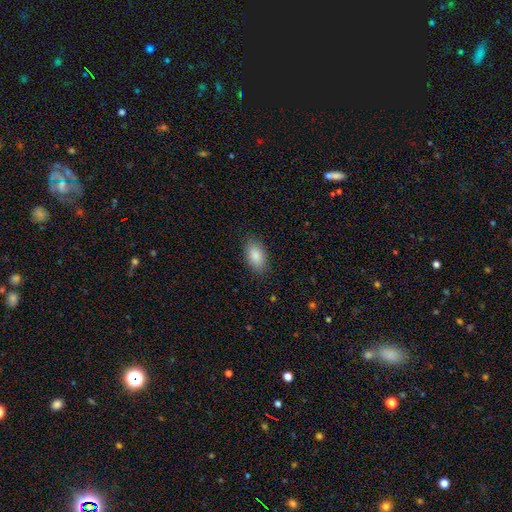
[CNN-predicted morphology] Overall: smooth (87%). How rounded: in between (93%). Merging: none (86%).